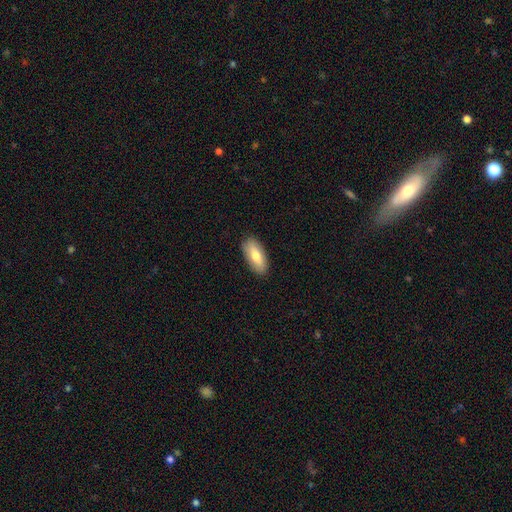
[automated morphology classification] Smooth or featured?
  - smooth: 74% *
  - featured or disk: 20%
  - star or artifact: 6%
How rounded?
  - in between: 82% *
  - cigar-shaped: 15%
  - round: 2%
Merging?
  - none: 88% *
  - minor disturbance: 9%
  - major disturbance: 2%
  - merger: 1%